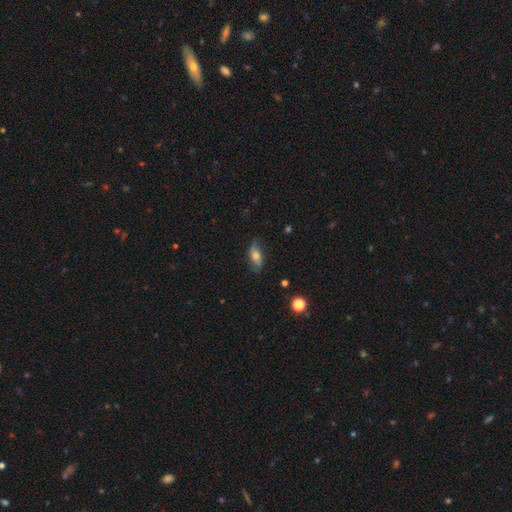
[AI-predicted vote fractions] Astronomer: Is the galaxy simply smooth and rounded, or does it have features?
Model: smooth — 55% (runner-up: featured or disk, 37%).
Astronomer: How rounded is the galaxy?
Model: in between — 74%.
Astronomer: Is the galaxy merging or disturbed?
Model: none — 73%.